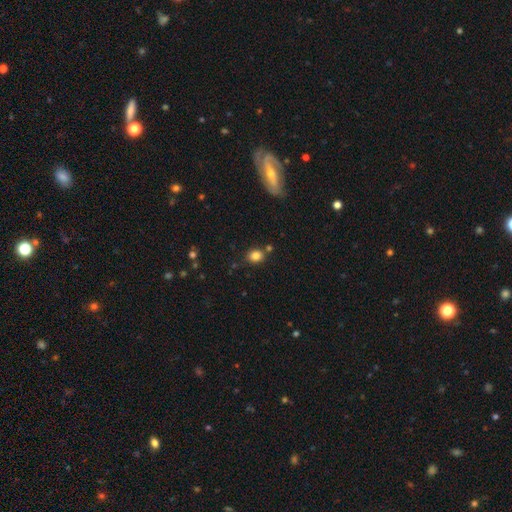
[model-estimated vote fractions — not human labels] smooth_or_featured: smooth (p=0.82) [alt: star or artifact p=0.11]
how_rounded: round (p=0.54) [alt: in between p=0.45]
merging: none (p=0.78) [alt: minor disturbance p=0.11]